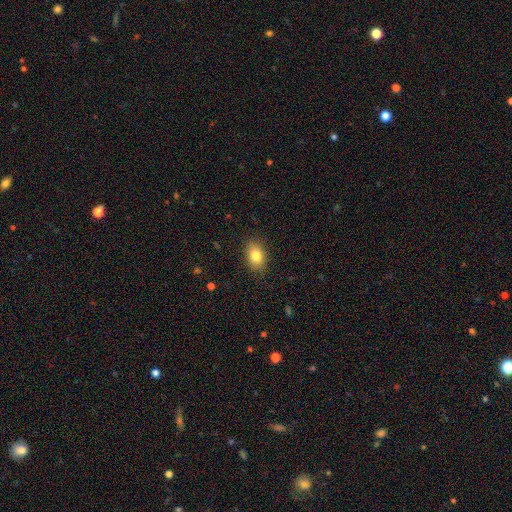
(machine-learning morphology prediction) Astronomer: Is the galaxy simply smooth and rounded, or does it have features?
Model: smooth — 82%.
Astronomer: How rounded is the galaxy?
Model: in between — 76%.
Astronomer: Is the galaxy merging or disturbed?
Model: none — 85%.